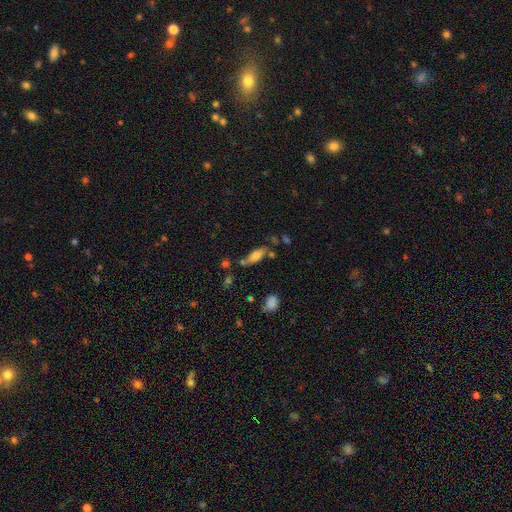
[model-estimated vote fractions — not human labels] smooth-or-featured: smooth: 69% | featured or disk: 23% | star or artifact: 9%
  how-rounded: in between: 68% | cigar-shaped: 29% | round: 3%
  merging: none: 60% | minor disturbance: 19% | merger: 14% | major disturbance: 6%